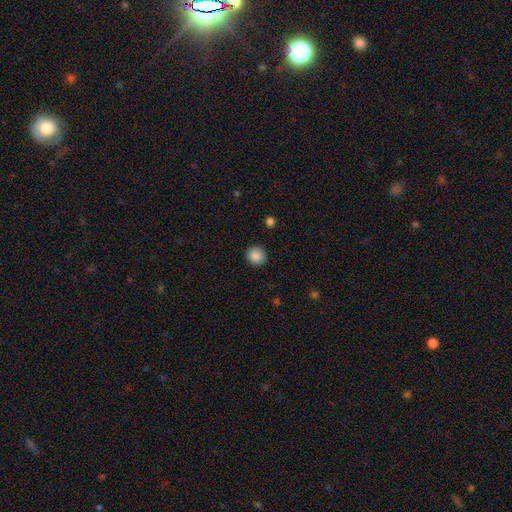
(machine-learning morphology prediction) Smooth or featured?
  - smooth: 88% *
  - star or artifact: 9%
  - featured or disk: 3%
How rounded?
  - round: 92% *
  - in between: 7%
  - cigar-shaped: 1%
Merging?
  - none: 91% *
  - minor disturbance: 6%
  - major disturbance: 2%
  - merger: 1%